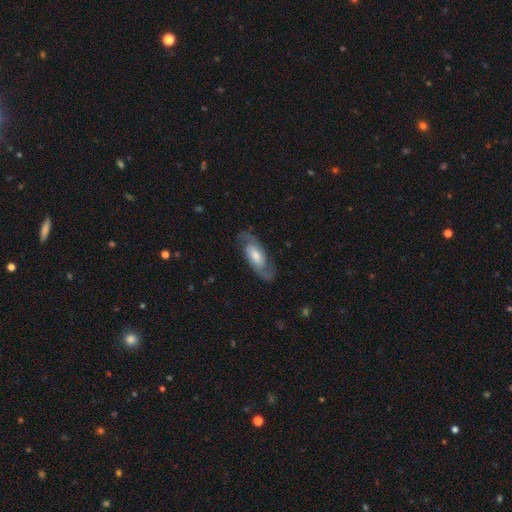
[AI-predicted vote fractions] Smooth or featured? featured or disk (67%)
Edge-on disk? no (90%)
Bar? no (54%)
Spiral arms? yes (89%)
Spiral winding? medium (47%)
Spiral arm count? 2 (87%)
Bulge size? moderate (51%)
Merging? none (77%)